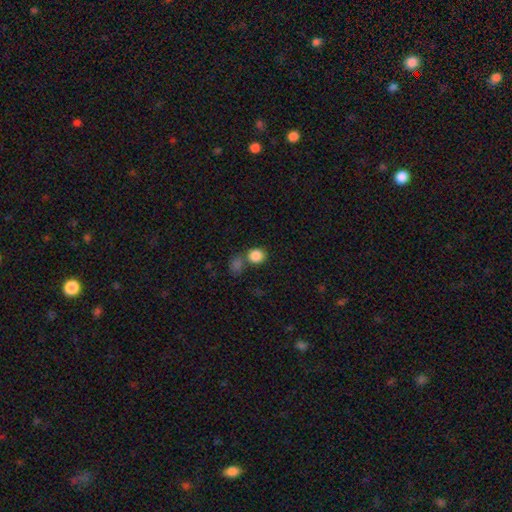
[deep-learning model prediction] The model was most divided on "merging": none: 58%, merger: 28%, minor disturbance: 10%, major disturbance: 4%. More confident: smooth or featured — smooth (85%); how rounded — round (78%).